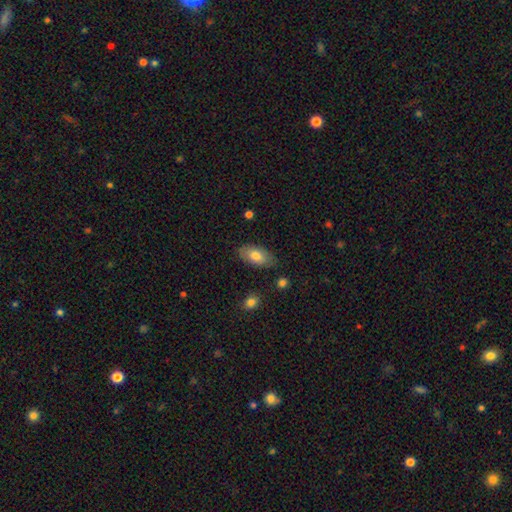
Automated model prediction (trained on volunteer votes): smooth-or-featured: smooth: 78% | featured or disk: 16% | star or artifact: 6%
  how-rounded: in between: 93% | cigar-shaped: 4% | round: 3%
  merging: none: 81% | minor disturbance: 14% | major disturbance: 3% | merger: 2%